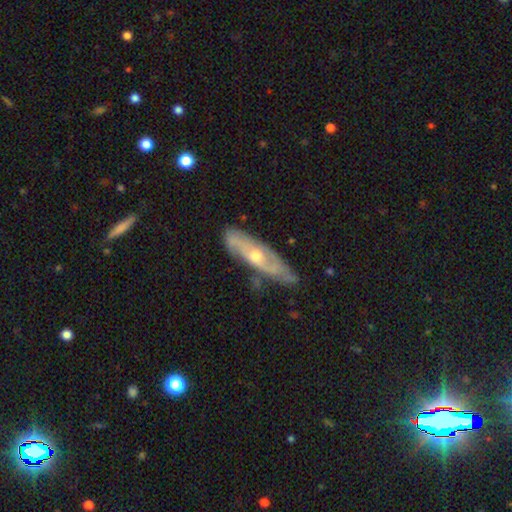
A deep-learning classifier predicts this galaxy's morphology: A featured or disk galaxy (72%). Merging: none (71%).